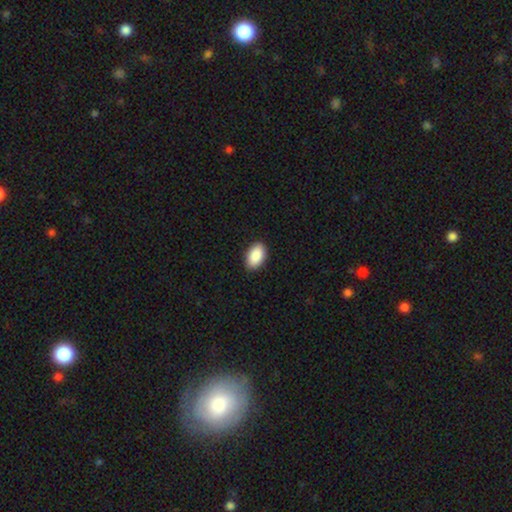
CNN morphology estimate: type=smooth (90%); roundness=in between (94%); merging=none (90%).